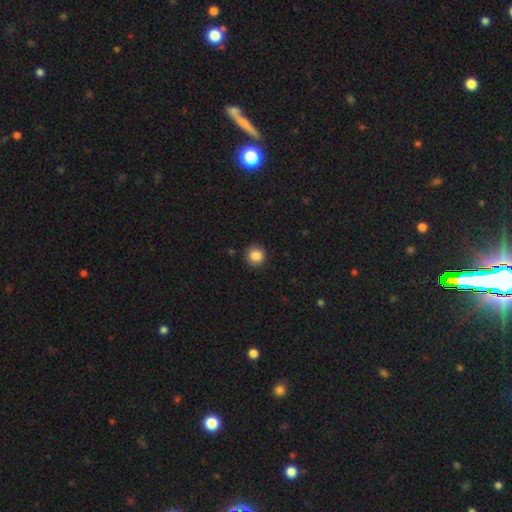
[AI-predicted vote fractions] Smooth or featured? Predicted: smooth (p=0.87). How rounded? Predicted: round (p=0.93). Merging? Predicted: none (p=0.92).